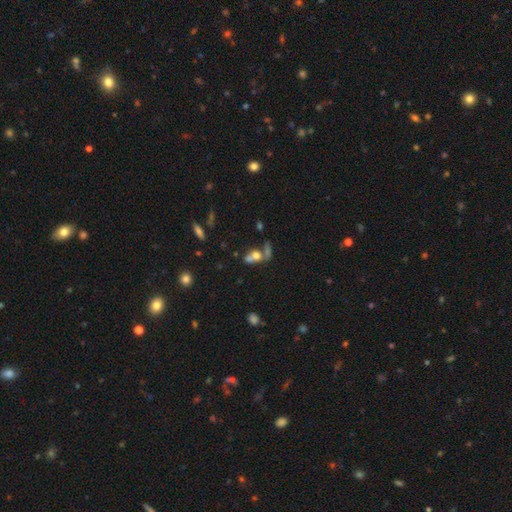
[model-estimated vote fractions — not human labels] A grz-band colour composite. It shows a smooth galaxy with no disk features (55%) that is in between round and cigar-shaped (62%). Merging: merger (49%).